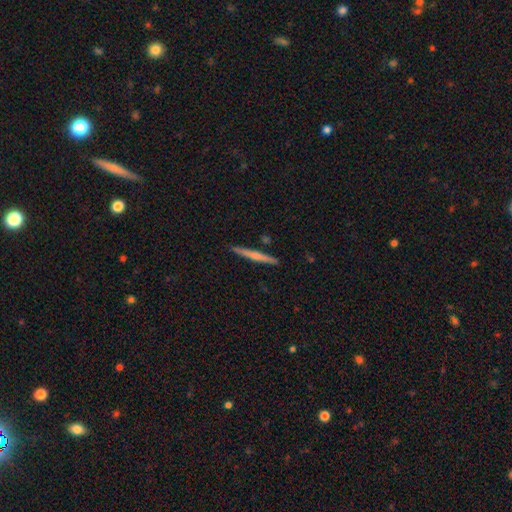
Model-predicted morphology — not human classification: A featured or disk galaxy (54%) viewed edge-on (98%) with a rounded central bulge (62%).

Vote fractions:
- Smooth or featured? featured or disk: 54% / smooth: 40% / star or artifact: 6%
- Edge-on disk? yes: 98% / no: 2%
- Edge-on bulge? rounded: 62% / none: 31% / boxy: 7%
- Merging? none: 90% / minor disturbance: 7% / merger: 2% / major disturbance: 1%